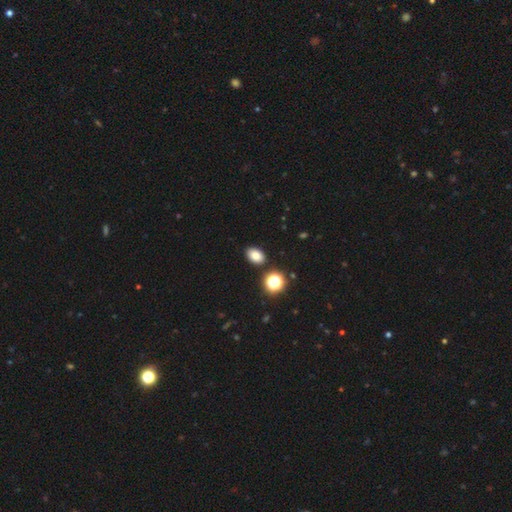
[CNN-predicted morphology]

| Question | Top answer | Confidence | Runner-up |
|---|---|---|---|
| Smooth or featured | smooth | 80% | star or artifact (13%) |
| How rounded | in between | 81% | round (18%) |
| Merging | none | 86% | minor disturbance (8%) |